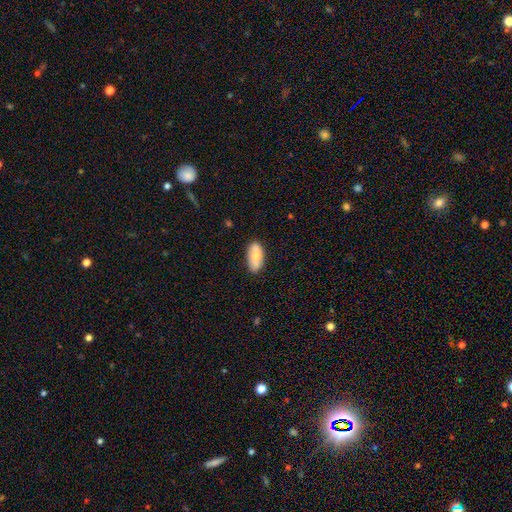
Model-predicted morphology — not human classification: smooth 65%, featured or disk 29%, star or artifact 6%. Down the decision tree: how rounded — in between (89%); merging — none (83%).